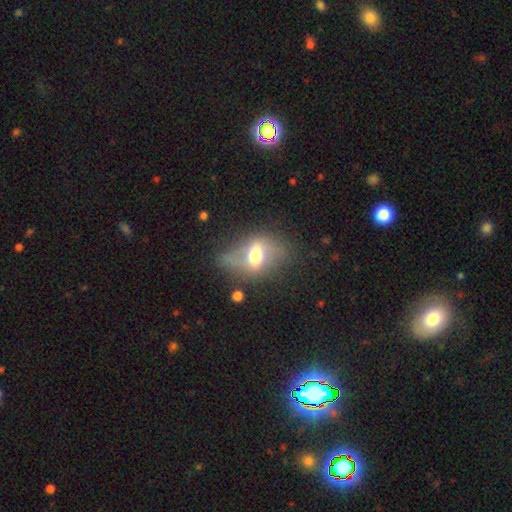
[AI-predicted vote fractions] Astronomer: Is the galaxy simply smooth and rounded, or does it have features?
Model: featured or disk — 50% (runner-up: smooth, 41%).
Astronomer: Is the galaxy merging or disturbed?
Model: none — 46% (runner-up: minor disturbance, 26%).